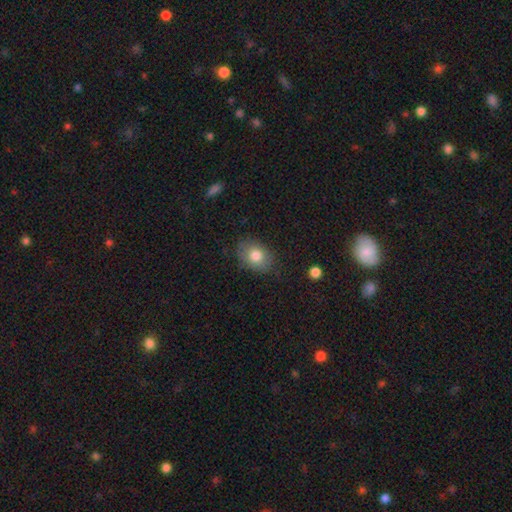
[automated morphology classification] This appears to be a smooth galaxy with no disk features (80%) that is in between round and cigar-shaped (67%). Merging: none (77%).